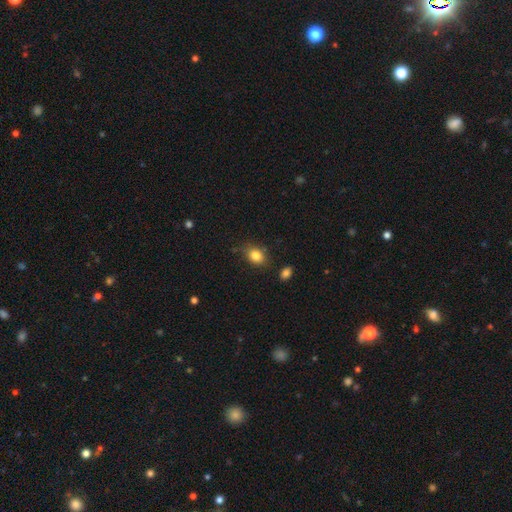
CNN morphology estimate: A smooth galaxy with no disk features (83%) that is in between round and cigar-shaped (66%).

Vote fractions:
- Smooth or featured? smooth: 83% / star or artifact: 10% / featured or disk: 7%
- How rounded? in between: 66% / round: 33% / cigar-shaped: 1%
- Merging? none: 76% / minor disturbance: 17% / major disturbance: 4% / merger: 3%